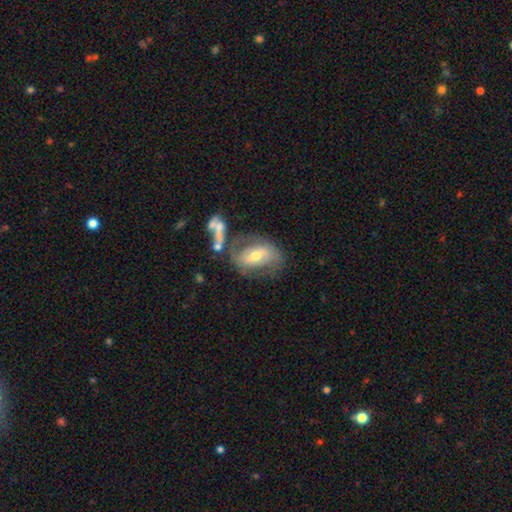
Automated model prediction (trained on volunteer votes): This is likely a featured or disk galaxy (65%). It is clearly not viewed edge-on (93%). Bar: marginally weak (38%). Spiral arm pattern: likely yes (71%). Central bulge: likely moderate (63%). Merging: possibly none (47%).